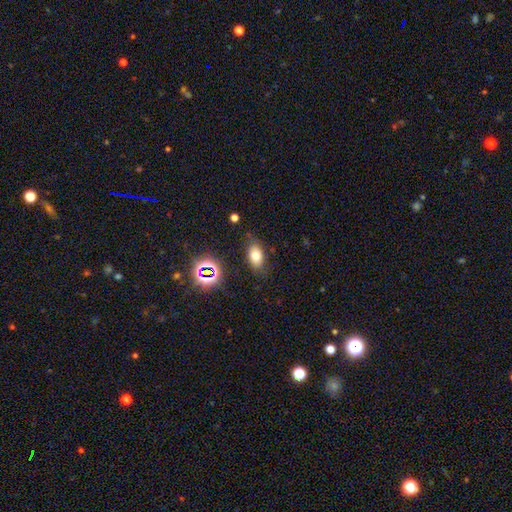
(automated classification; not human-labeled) This is likely a smooth galaxy (71%). How rounded: clearly in between (87%). Merging: likely none (77%).